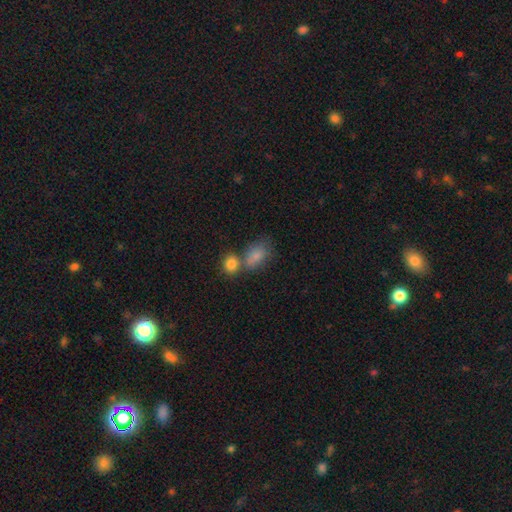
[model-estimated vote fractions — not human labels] Smooth or featured? Predicted: smooth (p=0.81). How rounded? Predicted: in between (p=0.76). Merging? Predicted: merger (p=0.41).